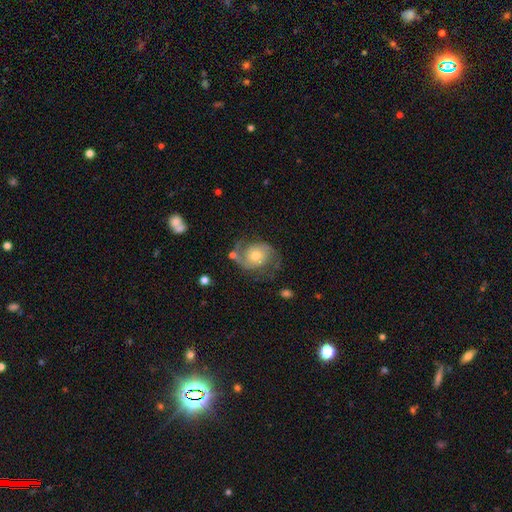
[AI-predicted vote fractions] smooth_or_featured: featured or disk (p=0.82) [alt: smooth p=0.12]
disk_edge_on: no (p=0.98) [alt: yes p=0.02]
bar: no (p=0.75) [alt: weak p=0.21]
has_spiral_arms: yes (p=0.95) [alt: no p=0.05]
spiral_winding: medium (p=0.50) [alt: loose p=0.26]
spiral_arm_count: 2 (p=0.89) [alt: can't tell p=0.04]
bulge_size: moderate (p=0.58) [alt: small p=0.33]
merging: none (p=0.66) [alt: minor disturbance p=0.18]